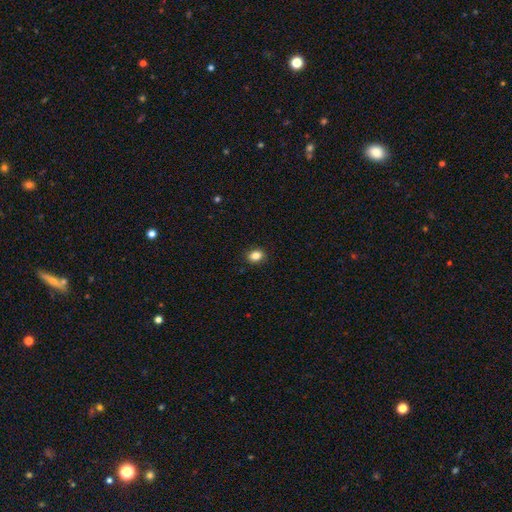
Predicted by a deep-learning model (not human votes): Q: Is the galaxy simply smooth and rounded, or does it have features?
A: smooth — 85%.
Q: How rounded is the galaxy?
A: in between — 58%.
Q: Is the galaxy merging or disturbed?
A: none — 90%.